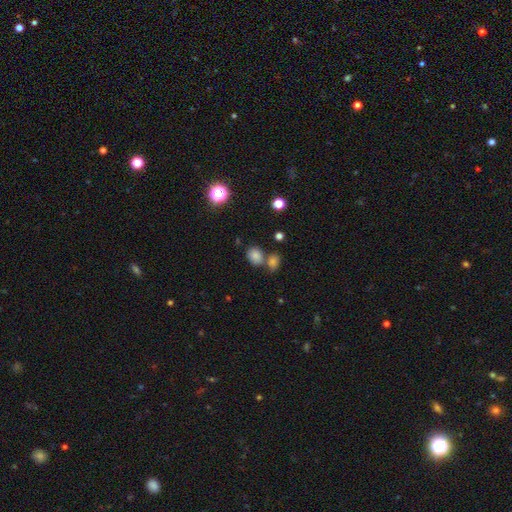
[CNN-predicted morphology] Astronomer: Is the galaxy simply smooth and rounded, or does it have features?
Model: smooth — 77%.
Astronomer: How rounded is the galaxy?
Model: round — 57% (runner-up: in between, 42%).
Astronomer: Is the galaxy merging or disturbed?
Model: none — 55% (runner-up: merger, 31%).